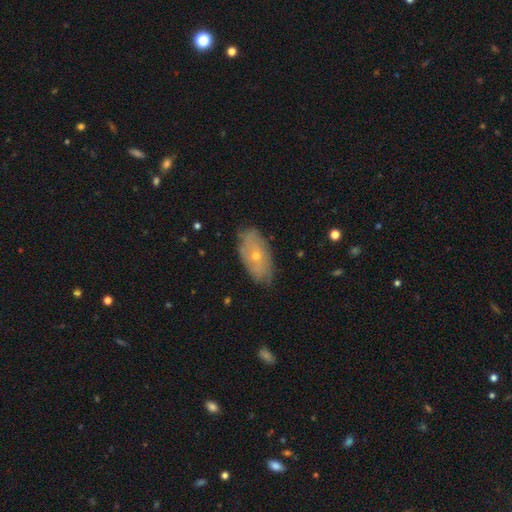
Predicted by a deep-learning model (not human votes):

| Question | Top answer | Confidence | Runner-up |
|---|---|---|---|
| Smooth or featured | featured or disk | 47% | smooth (45%) |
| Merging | none | 76% | minor disturbance (19%) |